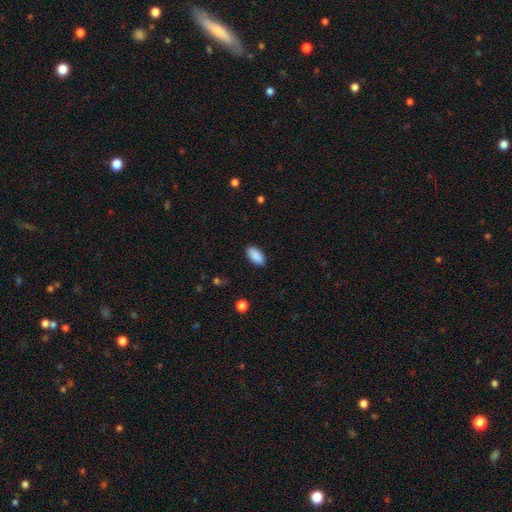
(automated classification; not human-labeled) Q: Smooth or featured?
A: smooth (90%); runner-up: star or artifact (7%)
Q: How rounded?
A: in between (92%); runner-up: cigar-shaped (5%)
Q: Merging?
A: none (88%); runner-up: minor disturbance (9%)